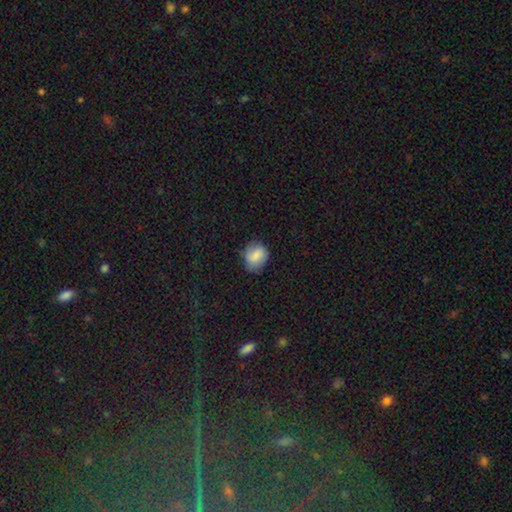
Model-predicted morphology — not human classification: Smooth or featured: smooth — 80% (featured or disk — 11%)
How rounded: round — 59% (in between — 40%)
Merging: none — 68% (minor disturbance — 25%)